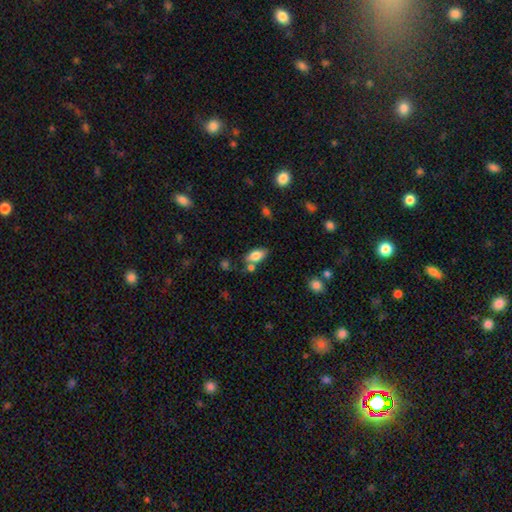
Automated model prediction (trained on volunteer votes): The model was most divided on "merging": none: 66%, minor disturbance: 16%, merger: 14%, major disturbance: 4%. More confident: how rounded — in between (90%); smooth or featured — smooth (79%).